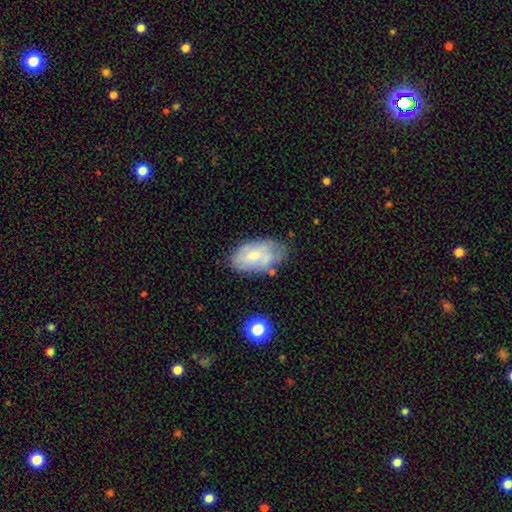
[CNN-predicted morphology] smooth_or_featured: smooth (p=0.55) [alt: featured or disk p=0.37]
how_rounded: in between (p=0.92) [alt: round p=0.06]
merging: none (p=0.56) [alt: minor disturbance p=0.29]